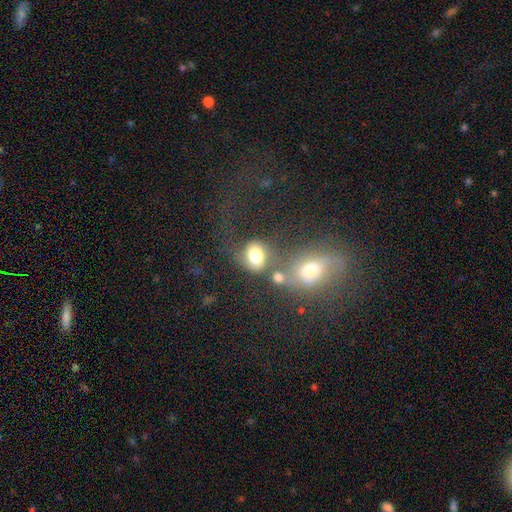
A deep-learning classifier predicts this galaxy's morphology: A smooth galaxy with no disk features (70%) that is in between round and cigar-shaped (51%).

Vote fractions:
- Smooth or featured? smooth: 70% / featured or disk: 18% / star or artifact: 11%
- How rounded? in between: 51% / round: 48% / cigar-shaped: 1%
- Merging? none: 39% / merger: 32% / minor disturbance: 16% / major disturbance: 13%